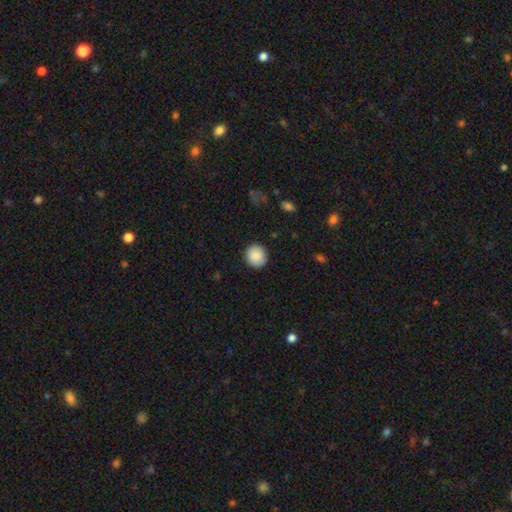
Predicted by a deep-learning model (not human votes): Q: Smooth or featured?
A: smooth (89%); runner-up: star or artifact (7%)
Q: How rounded?
A: round (87%); runner-up: in between (12%)
Q: Merging?
A: none (90%); runner-up: minor disturbance (7%)